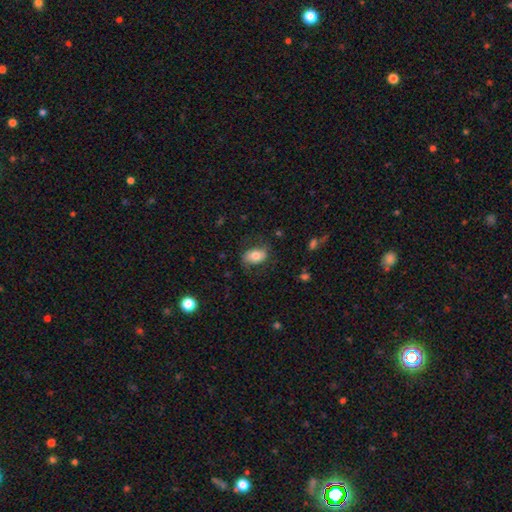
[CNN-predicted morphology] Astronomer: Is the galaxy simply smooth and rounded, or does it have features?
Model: smooth — 70%.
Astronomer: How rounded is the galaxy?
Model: in between — 88%.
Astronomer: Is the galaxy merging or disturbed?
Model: none — 70%.